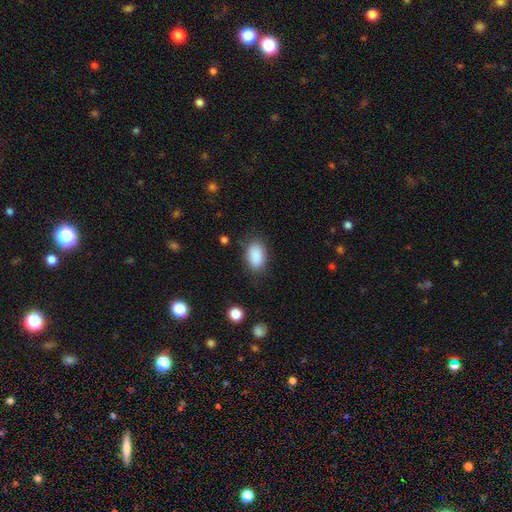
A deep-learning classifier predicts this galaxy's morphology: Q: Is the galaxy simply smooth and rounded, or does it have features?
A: smooth — 89%.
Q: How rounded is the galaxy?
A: in between — 91%.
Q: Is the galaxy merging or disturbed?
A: none — 82%.